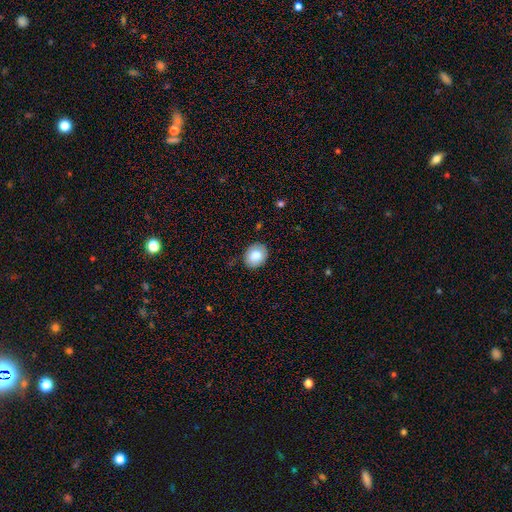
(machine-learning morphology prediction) Smooth or featured? smooth (84%)
How rounded? round (55%)
Merging? none (83%)